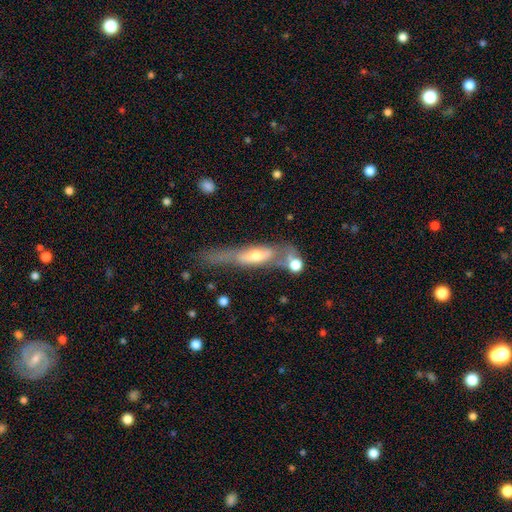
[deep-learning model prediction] Overall: featured or disk (59%; smooth 34%). Edge-on disk: yes (60%; no 40%). Merging: none (35%; minor disturbance 23%).